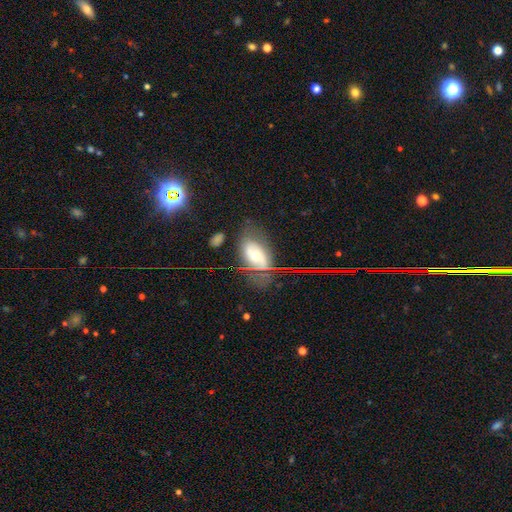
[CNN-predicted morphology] A featured or disk galaxy (44%).

Vote fractions:
- Smooth or featured? featured or disk: 44% / smooth: 42% / star or artifact: 14%
- Merging? none: 61% / minor disturbance: 23% / major disturbance: 13% / merger: 3%